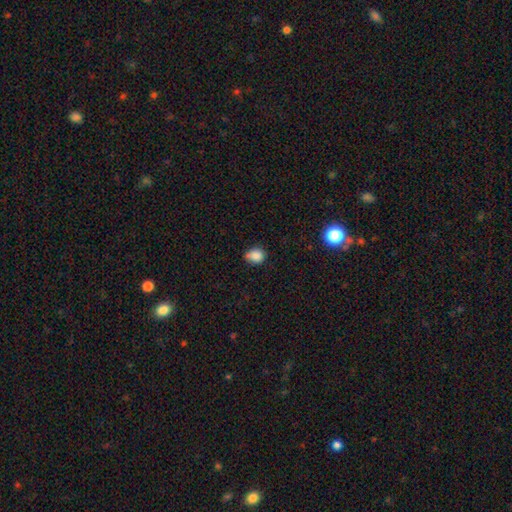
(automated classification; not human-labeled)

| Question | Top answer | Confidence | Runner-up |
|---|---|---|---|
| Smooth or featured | smooth | 84% | star or artifact (10%) |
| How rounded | round | 53% | in between (46%) |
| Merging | none | 59% | minor disturbance (31%) |